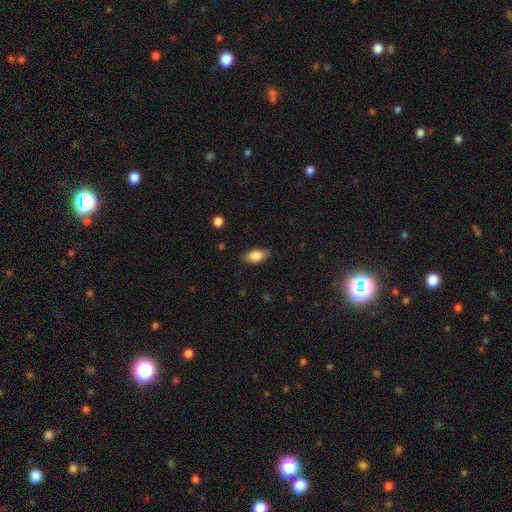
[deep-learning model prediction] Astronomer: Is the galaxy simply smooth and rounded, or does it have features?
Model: smooth — 86%.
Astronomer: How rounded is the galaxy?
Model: in between — 92%.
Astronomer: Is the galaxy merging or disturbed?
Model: none — 85%.